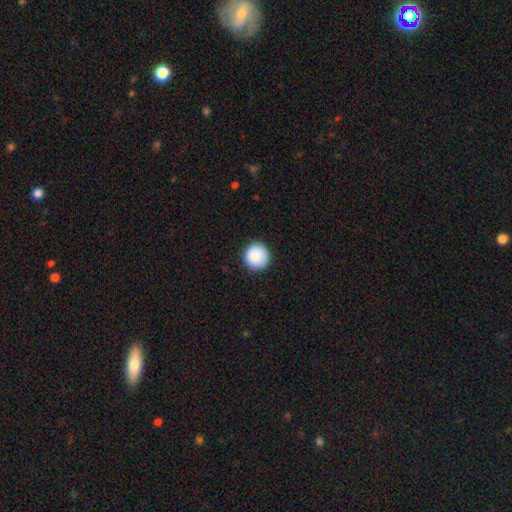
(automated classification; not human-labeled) The model was most divided on "smooth or featured": smooth: 89%, star or artifact: 7%, featured or disk: 4%. More confident: how rounded — round (95%); merging — none (91%).